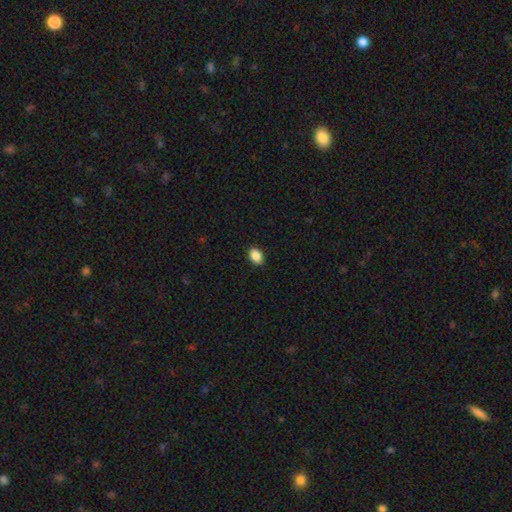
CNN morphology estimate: Smooth or featured: smooth — 89% (star or artifact — 8%)
How rounded: in between — 77% (round — 22%)
Merging: none — 90% (minor disturbance — 8%)